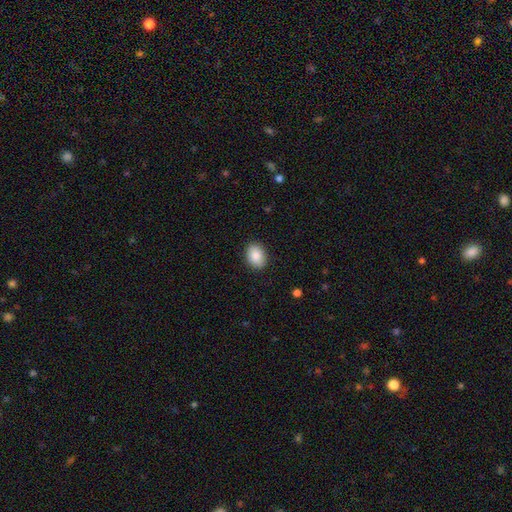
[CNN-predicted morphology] Smooth or featured?
  - smooth: 87% *
  - star or artifact: 7%
  - featured or disk: 6%
How rounded?
  - in between: 76% *
  - round: 23%
  - cigar-shaped: 1%
Merging?
  - none: 89% *
  - minor disturbance: 8%
  - major disturbance: 2%
  - merger: 1%